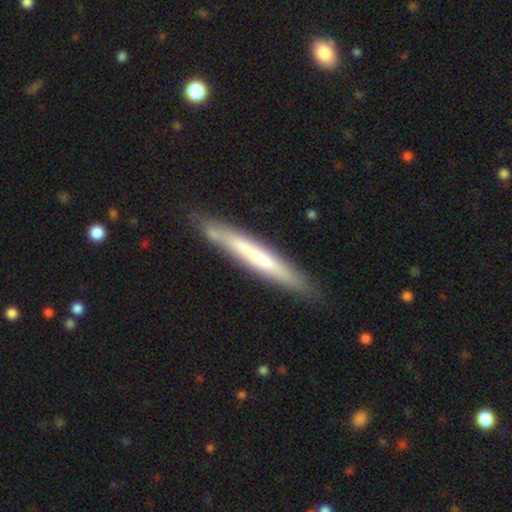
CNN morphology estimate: Smooth or featured?
  - smooth: 49% *
  - featured or disk: 45%
  - star or artifact: 6%
Merging?
  - none: 83% *
  - minor disturbance: 12%
  - major disturbance: 2%
  - merger: 2%